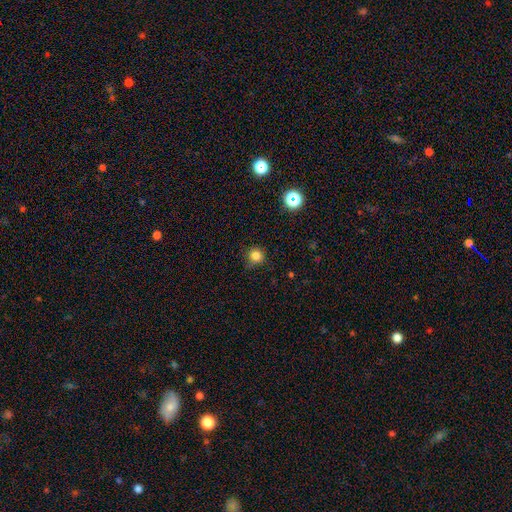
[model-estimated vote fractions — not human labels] Smooth or featured? Predicted: smooth (p=0.81). How rounded? Predicted: round (p=0.93). Merging? Predicted: none (p=0.82).